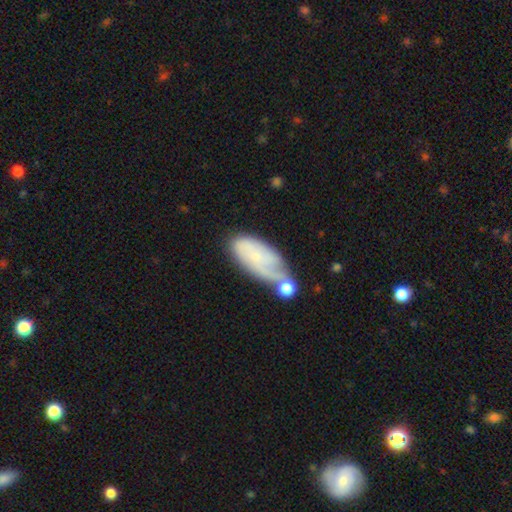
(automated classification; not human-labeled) This appears to be a smooth galaxy with no disk features (49%). Merging: none (39%).